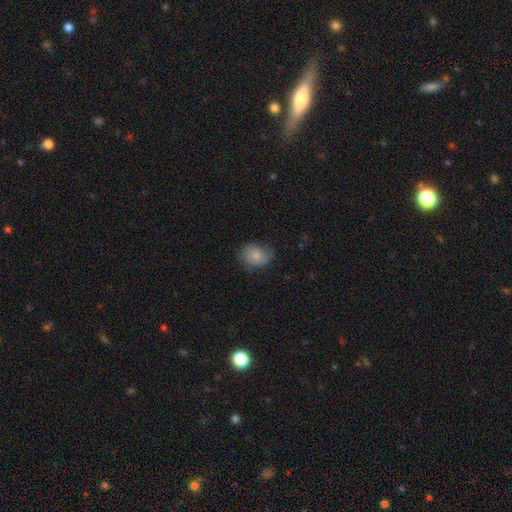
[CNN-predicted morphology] Smooth or featured?
  - smooth: 70% *
  - featured or disk: 22%
  - star or artifact: 8%
How rounded?
  - in between: 53% *
  - round: 46%
  - cigar-shaped: 1%
Merging?
  - none: 63% *
  - minor disturbance: 28%
  - major disturbance: 8%
  - merger: 1%